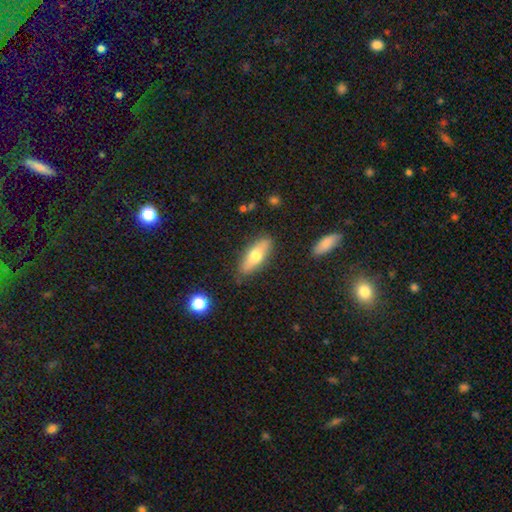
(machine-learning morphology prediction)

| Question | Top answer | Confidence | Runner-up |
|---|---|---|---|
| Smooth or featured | smooth | 63% | featured or disk (31%) |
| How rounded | in between | 63% | cigar-shaped (34%) |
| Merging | none | 84% | minor disturbance (12%) |